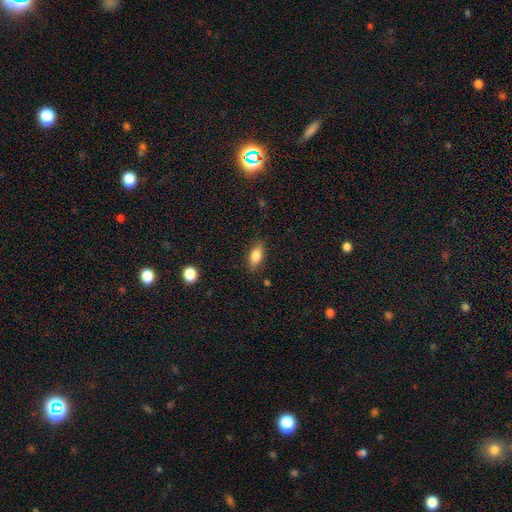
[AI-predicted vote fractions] Morphology: type=smooth (78%); roundness=in between (83%); merging=none (84%).